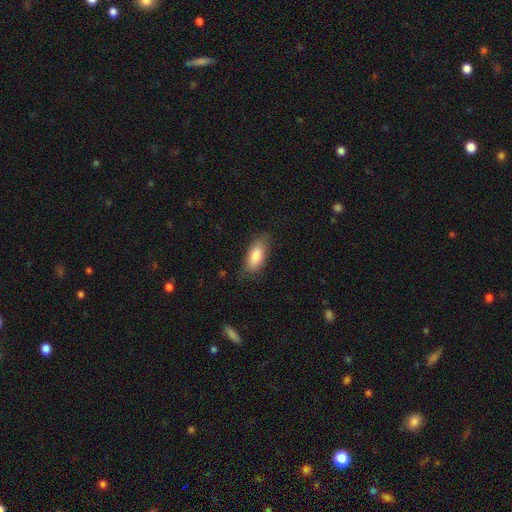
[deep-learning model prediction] Smooth or featured?
  - smooth: 82% *
  - featured or disk: 11%
  - star or artifact: 6%
How rounded?
  - in between: 85% *
  - cigar-shaped: 13%
  - round: 2%
Merging?
  - none: 77% *
  - minor disturbance: 18%
  - major disturbance: 4%
  - merger: 1%